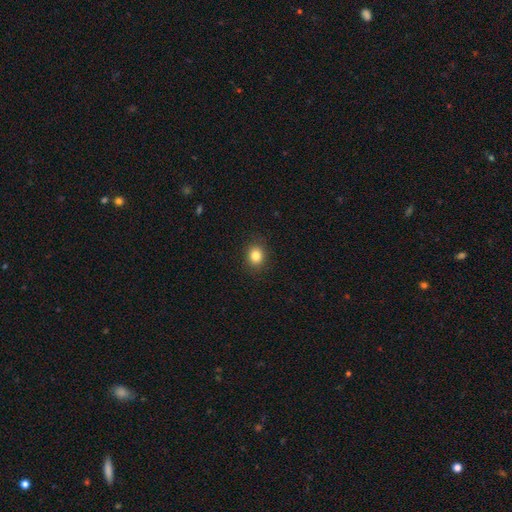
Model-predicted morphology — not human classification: This is clearly a smooth galaxy (84%). How rounded: likely round (64%). Merging: clearly none (88%).